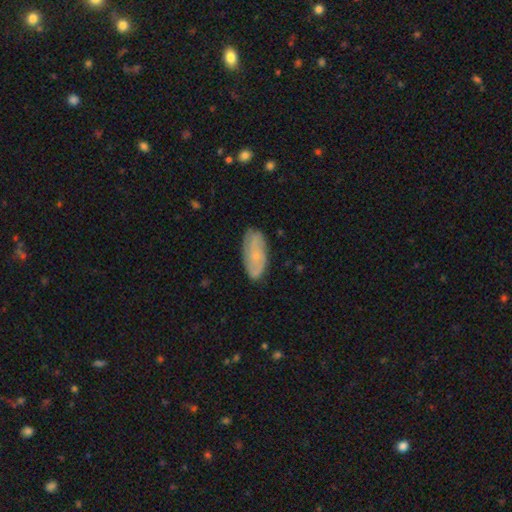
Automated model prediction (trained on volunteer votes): featured or disk 50%, smooth 44%, star or artifact 7%. Down the decision tree: merging — none (81%).